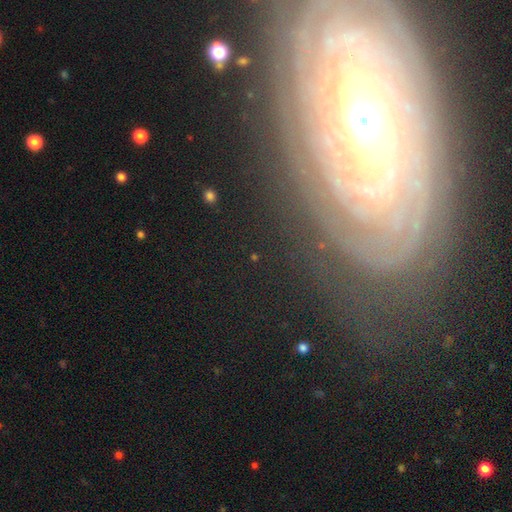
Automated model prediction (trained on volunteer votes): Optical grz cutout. It shows a featured or disk galaxy (82%) with no bar (62%), tight (84%) spiral arms (89%) and a moderate central bulge (57%). Merging: none (81%).